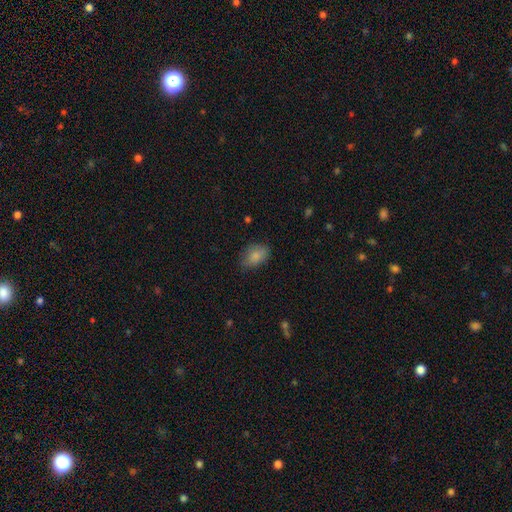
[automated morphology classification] Smooth or featured?
  - smooth: 83% *
  - featured or disk: 9%
  - star or artifact: 8%
How rounded?
  - in between: 84% *
  - round: 14%
  - cigar-shaped: 2%
Merging?
  - none: 69% *
  - minor disturbance: 24%
  - major disturbance: 6%
  - merger: 1%